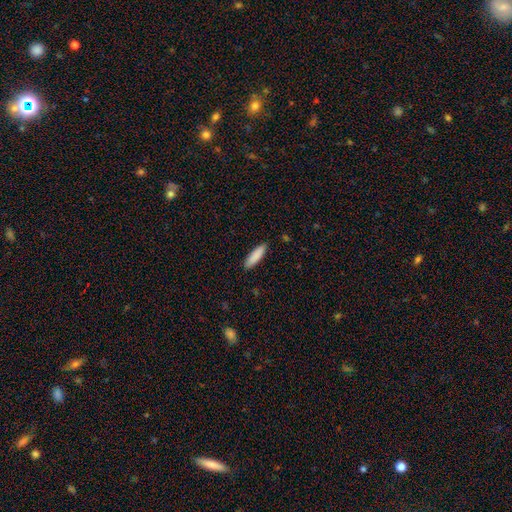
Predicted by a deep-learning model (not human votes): smooth-or-featured: smooth: 88% | featured or disk: 6% | star or artifact: 6%
  how-rounded: cigar-shaped: 64% | in between: 35% | round: 1%
  merging: none: 87% | minor disturbance: 10% | major disturbance: 2% | merger: 1%